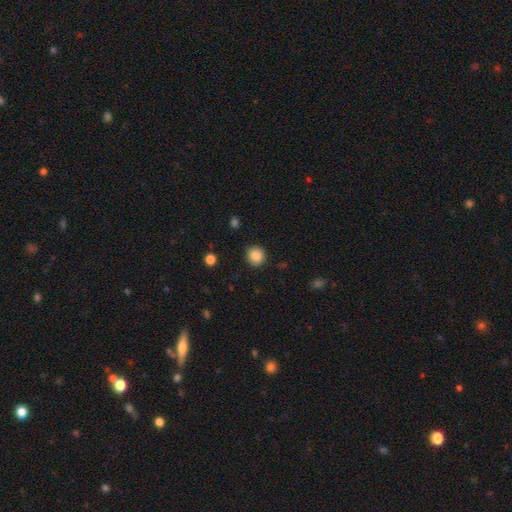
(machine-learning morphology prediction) smooth_or_featured: smooth (p=0.87) [alt: star or artifact p=0.09]
how_rounded: round (p=0.88) [alt: in between p=0.12]
merging: none (p=0.89) [alt: minor disturbance p=0.07]